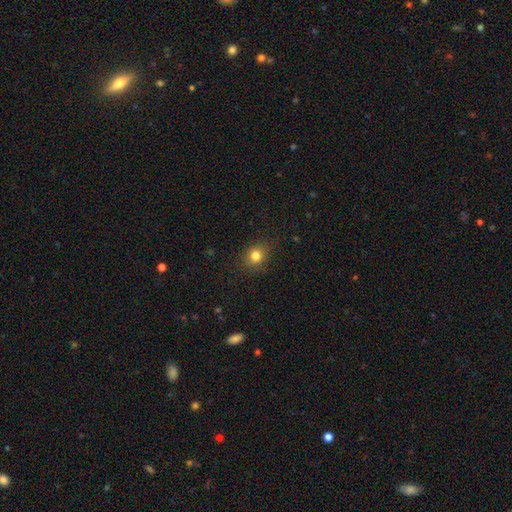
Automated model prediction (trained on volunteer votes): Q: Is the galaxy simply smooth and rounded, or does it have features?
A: smooth — 81%.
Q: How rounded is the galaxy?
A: round — 69%.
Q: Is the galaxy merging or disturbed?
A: none — 85%.